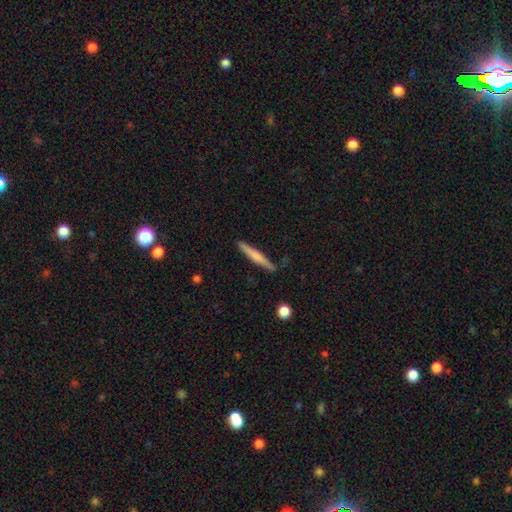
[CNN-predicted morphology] smooth-or-featured: smooth: 54% | featured or disk: 41% | star or artifact: 6%
  how-rounded: cigar-shaped: 95% | in between: 4% | round: 1%
  merging: none: 88% | minor disturbance: 9% | major disturbance: 2% | merger: 2%